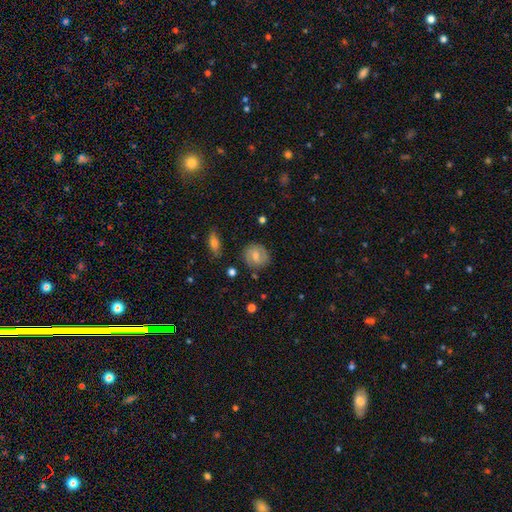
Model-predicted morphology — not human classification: Smooth or featured? smooth (49%)
Merging? none (79%)